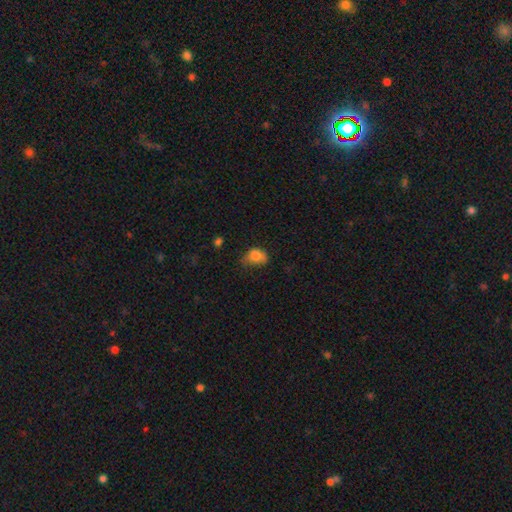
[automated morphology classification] The model was most divided on "merging": minor disturbance: 42%, none: 31%, major disturbance: 24%, merger: 3%. More confident: smooth or featured — smooth (80%); how rounded — in between (65%).